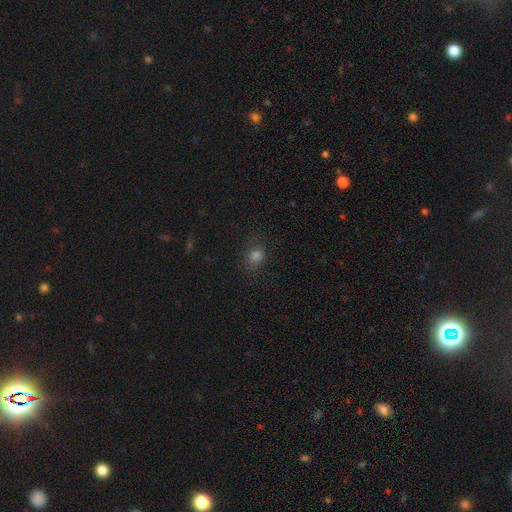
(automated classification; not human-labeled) Smooth or featured? smooth (75%)
How rounded? round (58%)
Merging? none (81%)